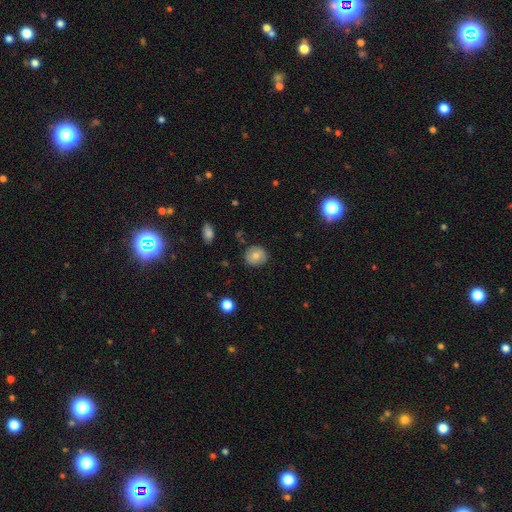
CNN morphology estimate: smooth_or_featured: smooth (p=0.73) [alt: featured or disk p=0.19]
how_rounded: round (p=0.81) [alt: in between p=0.18]
merging: none (p=0.86) [alt: minor disturbance p=0.10]